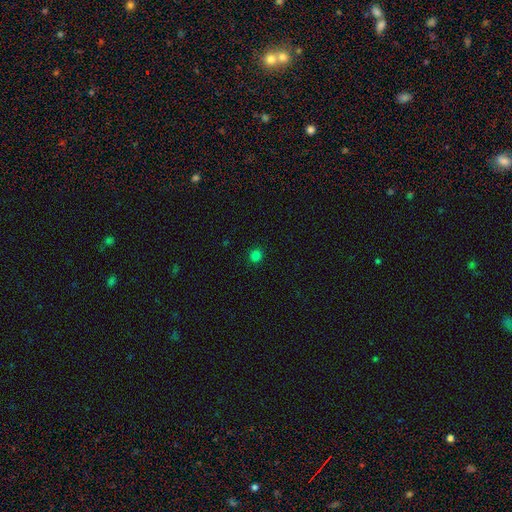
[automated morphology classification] Smooth or featured? Predicted: smooth (p=0.80). How rounded? Predicted: round (p=0.91). Merging? Predicted: none (p=0.92).